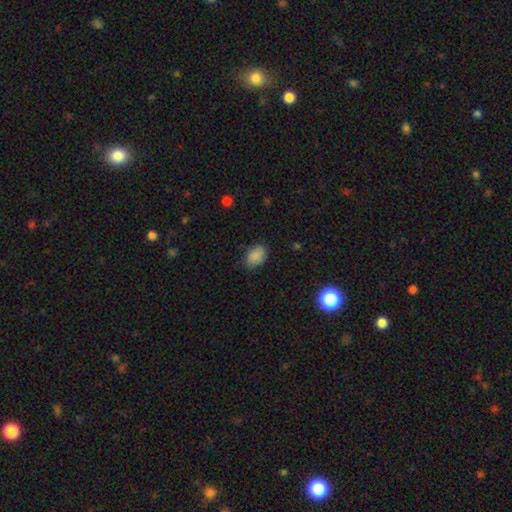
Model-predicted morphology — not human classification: Overall: smooth (87%). How rounded: in between (83%). Merging: none (81%).